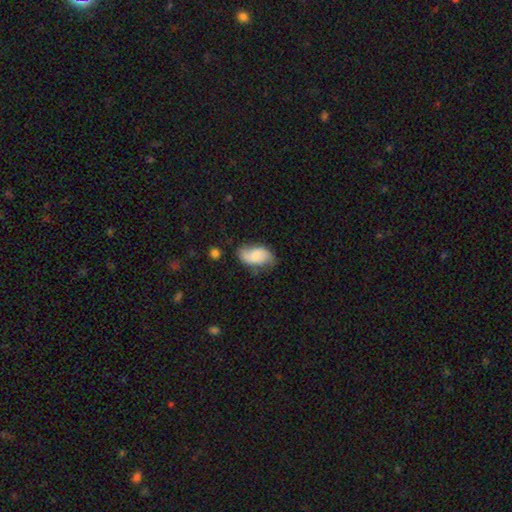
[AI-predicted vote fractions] Q: Smooth or featured?
A: smooth (62%); runner-up: featured or disk (31%)
Q: How rounded?
A: in between (93%); runner-up: round (5%)
Q: Merging?
A: none (57%); runner-up: minor disturbance (30%)